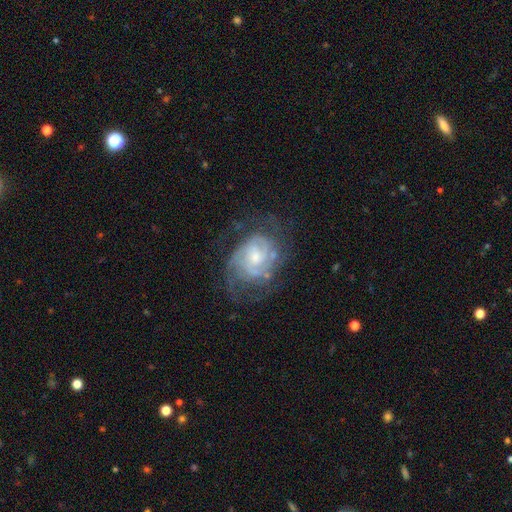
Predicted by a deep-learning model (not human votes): A featured or disk galaxy (81%) with no bar (62%), tight (55%) spiral arms (89%) and a small central bulge (49%). Merging: none (56%).